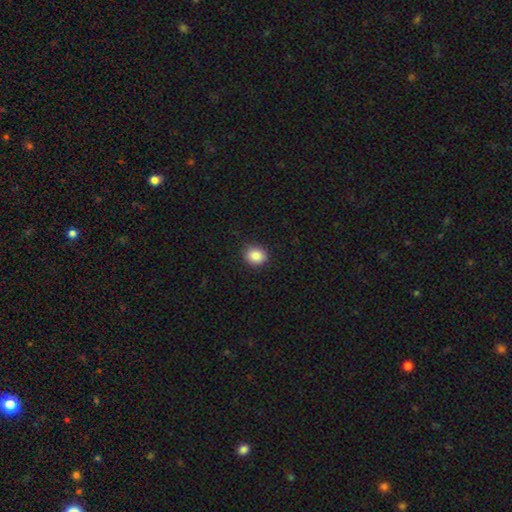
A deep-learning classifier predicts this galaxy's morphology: smooth 87%, star or artifact 9%, featured or disk 4%. Down the decision tree: how rounded — round (68%); merging — none (87%).